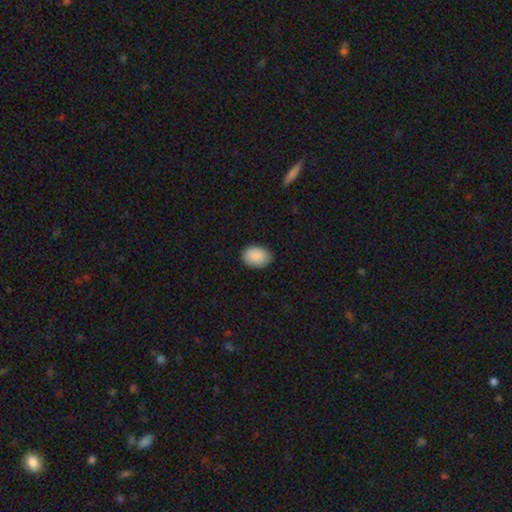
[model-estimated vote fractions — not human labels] Overall: smooth (90%). How rounded: in between (78%). Merging: none (81%).